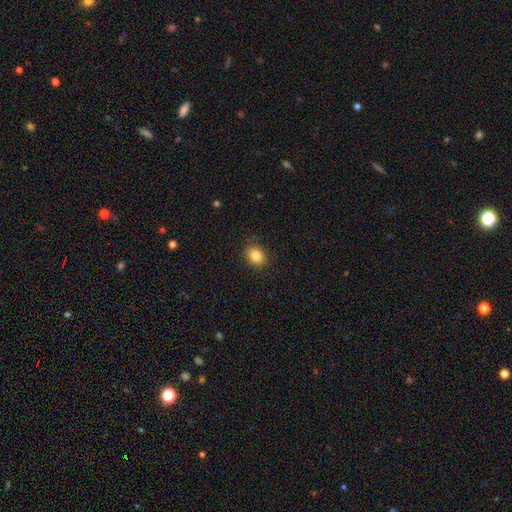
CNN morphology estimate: Smooth or featured? Predicted: smooth (p=0.85). How rounded? Predicted: round (p=0.51). Merging? Predicted: none (p=0.84).